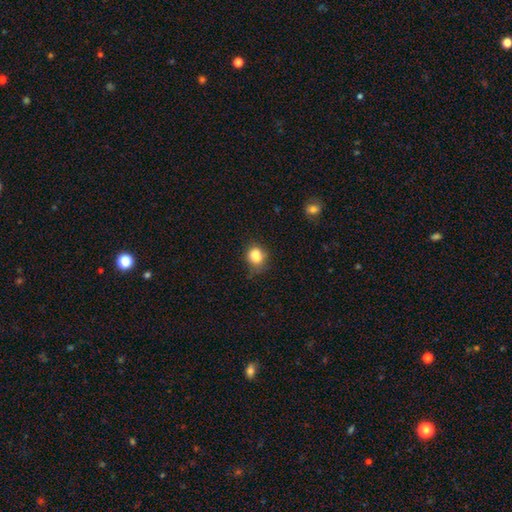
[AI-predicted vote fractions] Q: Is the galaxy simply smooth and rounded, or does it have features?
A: smooth — 83%.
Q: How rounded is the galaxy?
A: round — 60%.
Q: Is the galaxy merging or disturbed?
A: none — 53%.